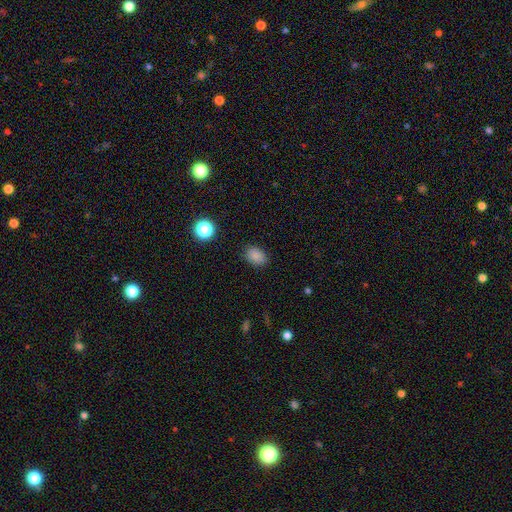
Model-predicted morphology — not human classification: A smooth galaxy with no disk features (84%) that is in between round and cigar-shaped (77%). Merging: none (86%).